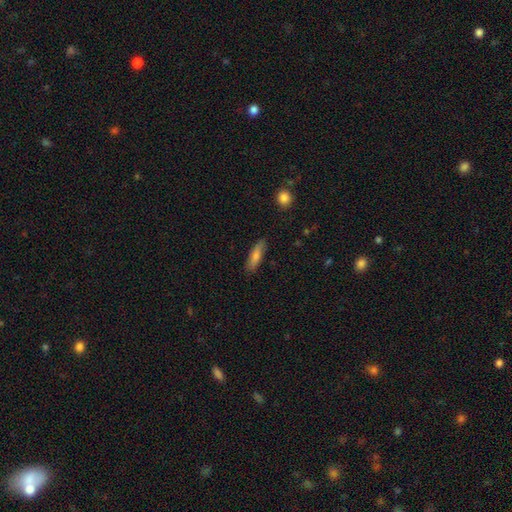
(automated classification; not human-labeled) smooth_or_featured: smooth (p=0.74) [alt: featured or disk p=0.19]
how_rounded: cigar-shaped (p=0.64) [alt: in between p=0.34]
merging: none (p=0.85) [alt: minor disturbance p=0.12]